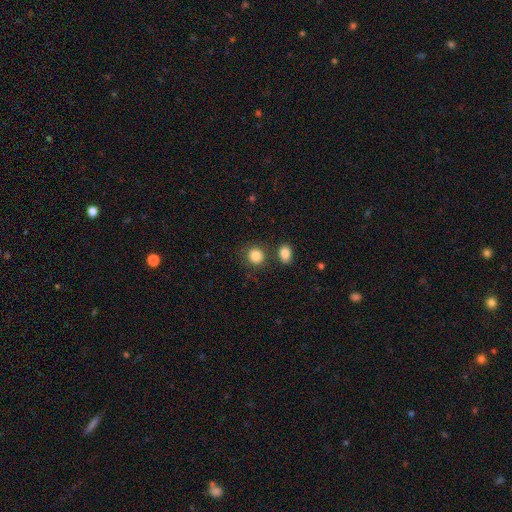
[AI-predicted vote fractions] smooth-or-featured: smooth: 85% | star or artifact: 10% | featured or disk: 5%
  how-rounded: round: 83% | in between: 16% | cigar-shaped: 1%
  merging: none: 78% | merger: 10% | minor disturbance: 9% | major disturbance: 3%